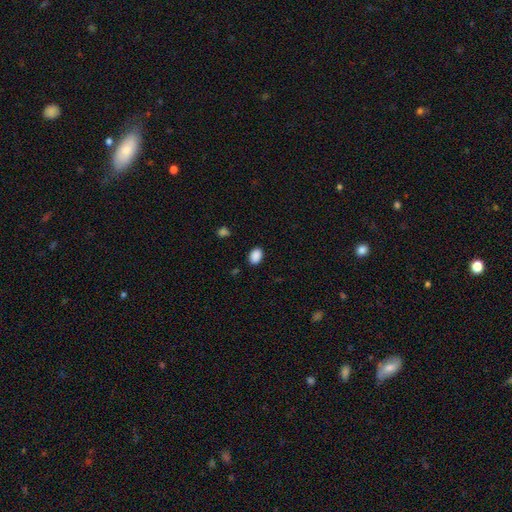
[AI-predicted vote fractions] The model was most divided on "how rounded": in between: 80%, round: 19%, cigar-shaped: 1%. More confident: smooth or featured — smooth (89%); merging — none (86%).